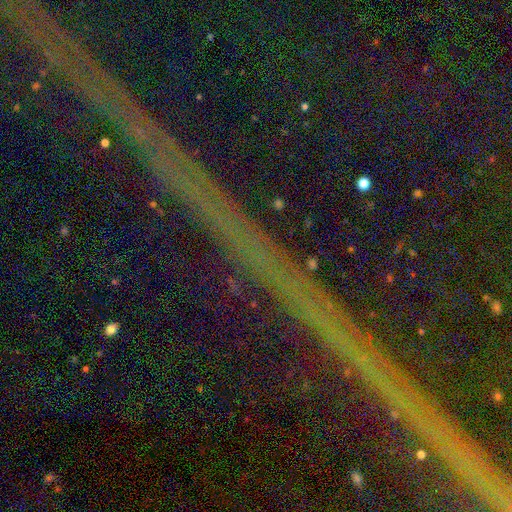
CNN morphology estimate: smooth_or_featured: star or artifact (p=0.87) [alt: featured or disk p=0.08]